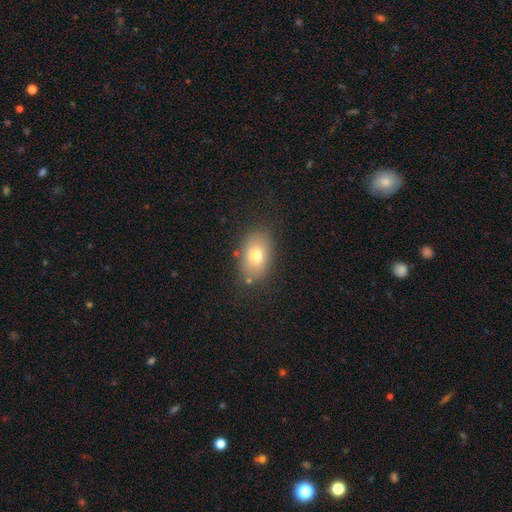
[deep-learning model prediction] smooth-or-featured: smooth: 73% | featured or disk: 16% | star or artifact: 10%
  how-rounded: in between: 84% | round: 15% | cigar-shaped: 2%
  merging: none: 79% | minor disturbance: 14% | major disturbance: 4% | merger: 3%